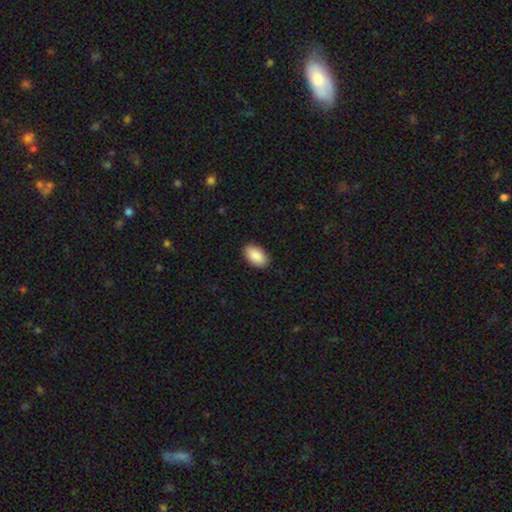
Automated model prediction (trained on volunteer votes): Smooth or featured: smooth — 91% (star or artifact — 6%)
How rounded: in between — 95% (round — 4%)
Merging: none — 89% (minor disturbance — 8%)